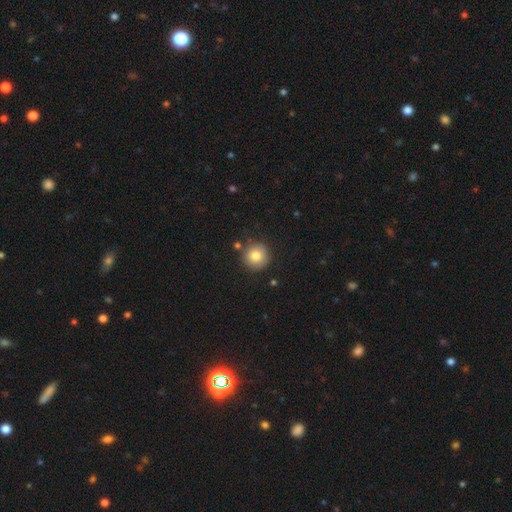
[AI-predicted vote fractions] Q: Smooth or featured?
A: smooth (81%); runner-up: star or artifact (10%)
Q: How rounded?
A: round (95%); runner-up: in between (4%)
Q: Merging?
A: none (86%); runner-up: minor disturbance (8%)